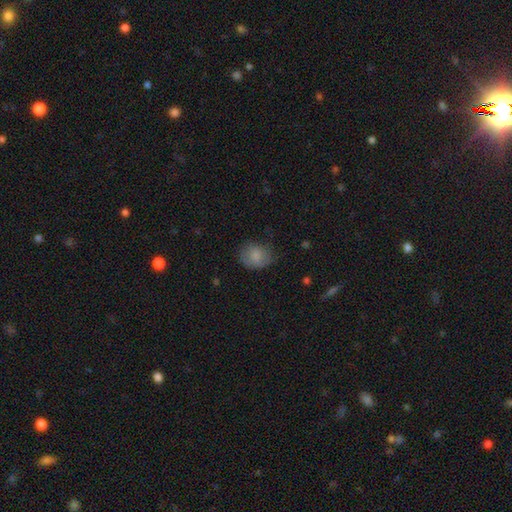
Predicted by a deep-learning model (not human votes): This is clearly a smooth galaxy (81%). How rounded: possibly round (56%). Merging: likely none (62%).